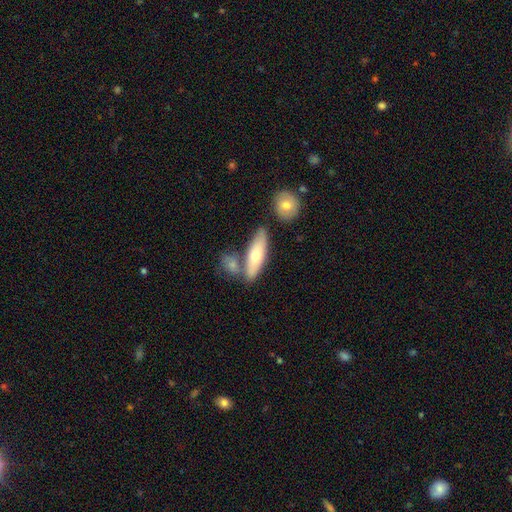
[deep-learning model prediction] This appears to be a smooth galaxy with no disk features (65%) that is cigar-shaped (55%). Merging: none (63%).